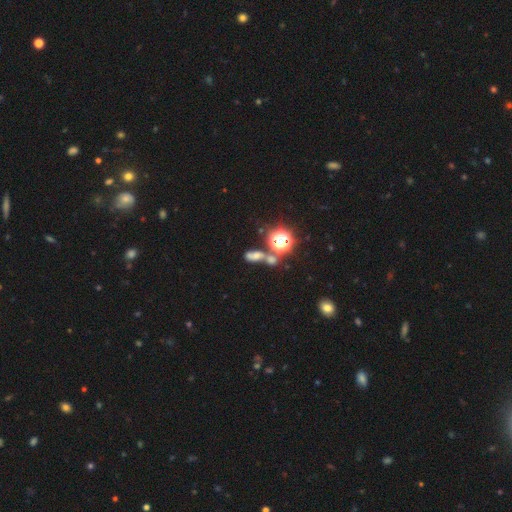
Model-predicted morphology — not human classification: smooth-or-featured: smooth: 44% | star or artifact: 38% | featured or disk: 19%
  merging: merger: 42% | none: 37% | minor disturbance: 12% | major disturbance: 9%